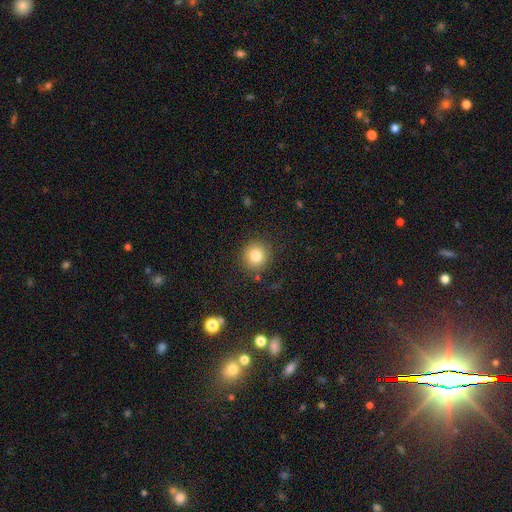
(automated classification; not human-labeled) Morphology: type=smooth (82%); roundness=round (92%); merging=none (86%).